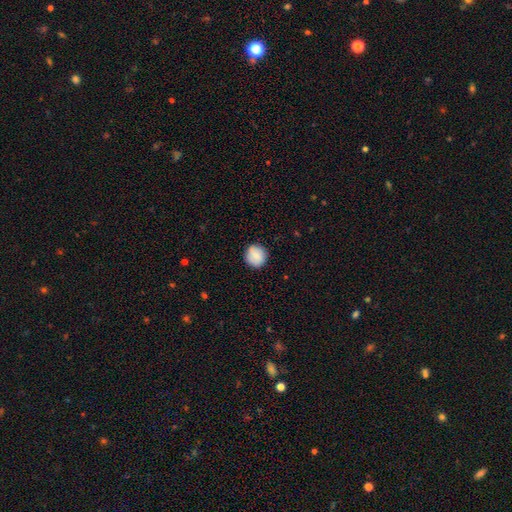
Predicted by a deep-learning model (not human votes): This is clearly a smooth galaxy (83%). How rounded: clearly round (90%). Merging: clearly none (88%).